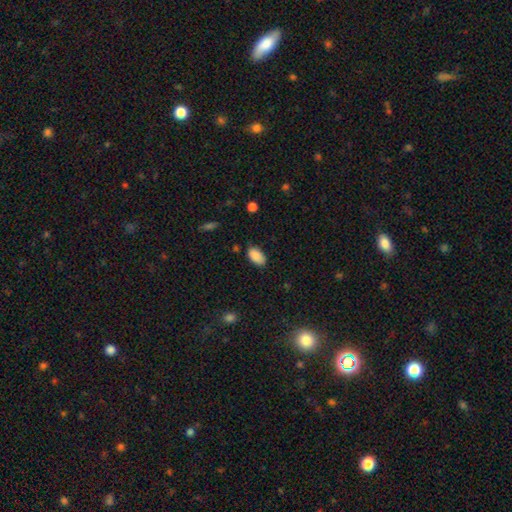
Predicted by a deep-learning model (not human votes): smooth-or-featured: smooth: 88% | star or artifact: 8% | featured or disk: 4%
  how-rounded: in between: 94% | round: 5% | cigar-shaped: 2%
  merging: none: 79% | minor disturbance: 16% | major disturbance: 3% | merger: 2%